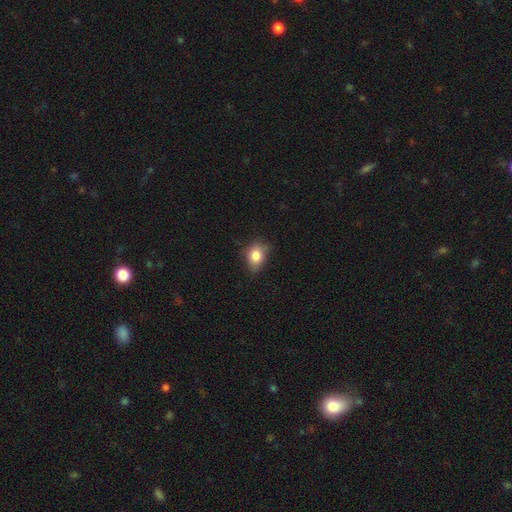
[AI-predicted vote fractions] smooth 82%, star or artifact 10%, featured or disk 8%. Down the decision tree: how rounded — in between (58%); merging — none (66%).